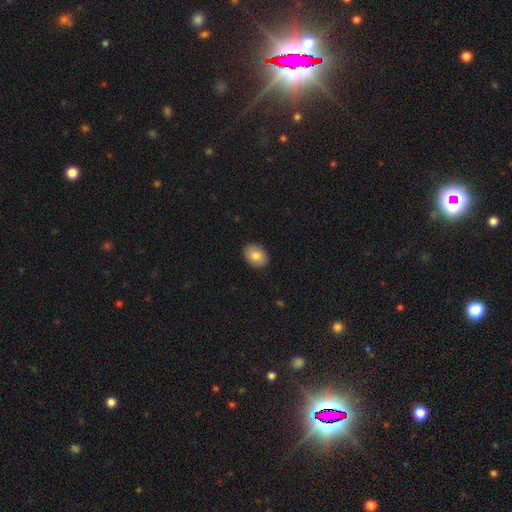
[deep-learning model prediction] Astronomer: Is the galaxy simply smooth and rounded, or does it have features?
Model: smooth — 84%.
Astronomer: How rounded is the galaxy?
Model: in between — 72%.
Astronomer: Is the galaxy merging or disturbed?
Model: none — 89%.